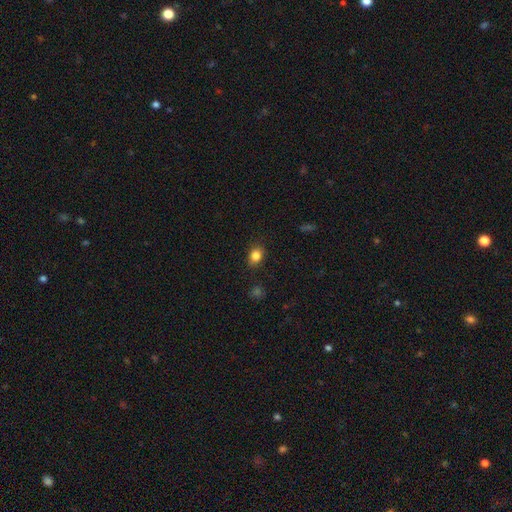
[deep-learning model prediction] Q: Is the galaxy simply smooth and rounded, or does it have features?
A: smooth — 84%.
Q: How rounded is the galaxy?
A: in between — 51%.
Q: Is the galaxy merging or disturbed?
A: none — 84%.